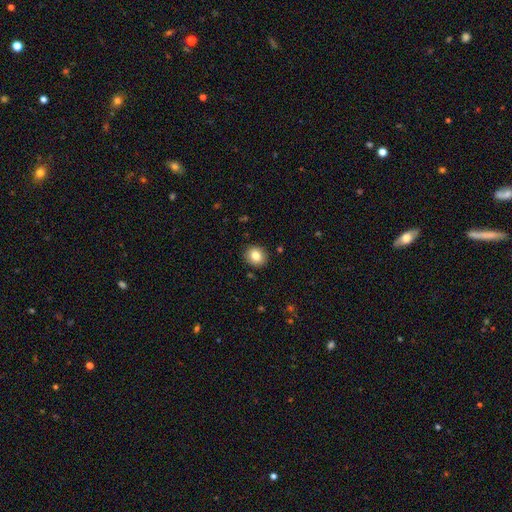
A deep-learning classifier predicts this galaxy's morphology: Smooth or featured? Predicted: smooth (p=0.83). How rounded? Predicted: round (p=0.72). Merging? Predicted: none (p=0.89).